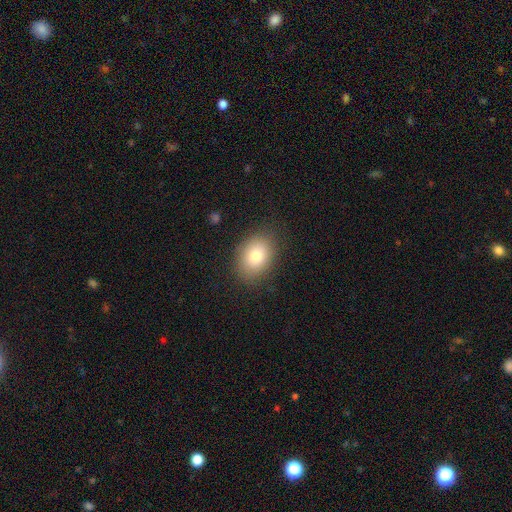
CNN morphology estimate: smooth 78%, featured or disk 12%, star or artifact 11%. Down the decision tree: how rounded — in between (66%); merging — none (85%).